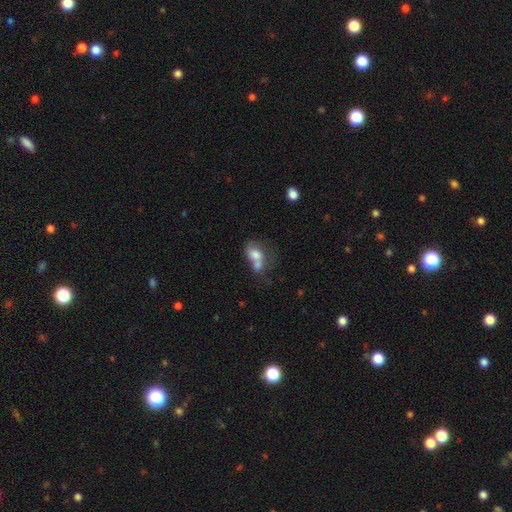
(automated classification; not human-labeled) Smooth or featured?
  - smooth: 63% *
  - featured or disk: 25%
  - star or artifact: 11%
How rounded?
  - in between: 68% *
  - round: 30%
  - cigar-shaped: 2%
Merging?
  - merger: 58% *
  - none: 17%
  - major disturbance: 13%
  - minor disturbance: 11%